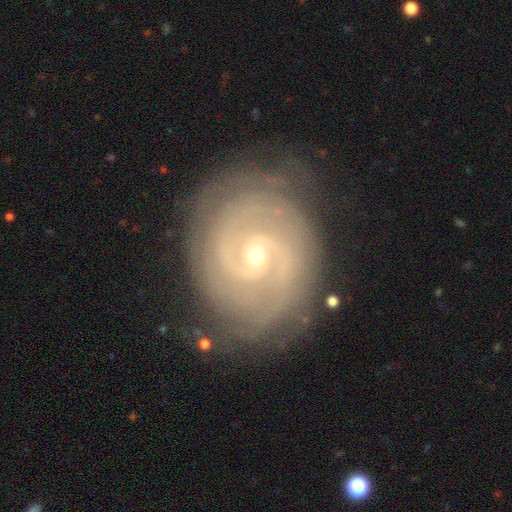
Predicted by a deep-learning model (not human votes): Smooth or featured: featured or disk — 90% (star or artifact — 5%)
Edge-on disk: no — 98% (yes — 2%)
Bar: no — 50% (weak — 38%)
Spiral arms: yes — 98% (no — 2%)
Spiral winding: tight — 71% (medium — 25%)
Spiral arm count: 2 — 58% (can't tell — 13%)
Bulge size: small — 72% (moderate — 25%)
Merging: none — 81% (minor disturbance — 13%)